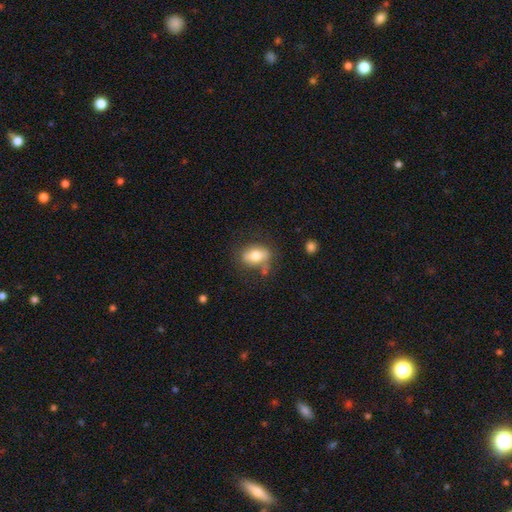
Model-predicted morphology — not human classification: Smooth or featured?
  - smooth: 70% *
  - featured or disk: 22%
  - star or artifact: 8%
How rounded?
  - in between: 80% *
  - round: 18%
  - cigar-shaped: 3%
Merging?
  - none: 62% *
  - minor disturbance: 22%
  - major disturbance: 9%
  - merger: 7%